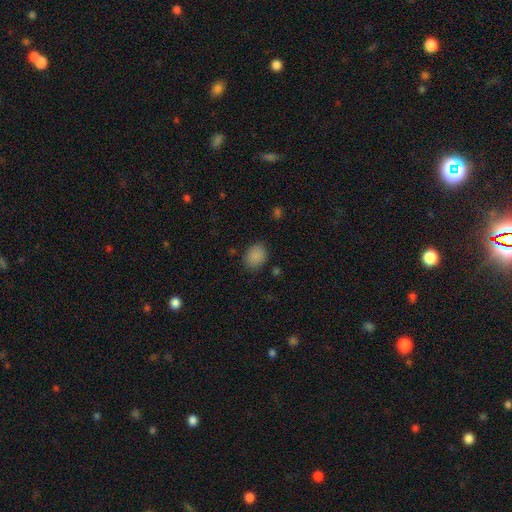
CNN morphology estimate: Smooth or featured?
  - smooth: 87% *
  - star or artifact: 10%
  - featured or disk: 4%
How rounded?
  - in between: 57% *
  - round: 42%
  - cigar-shaped: 1%
Merging?
  - none: 83% *
  - minor disturbance: 12%
  - major disturbance: 3%
  - merger: 2%